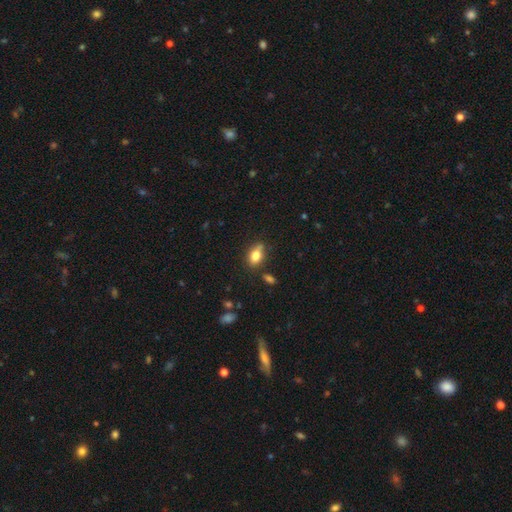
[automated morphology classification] Smooth or featured: smooth — 80% (featured or disk — 11%)
How rounded: in between — 83% (round — 13%)
Merging: none — 65% (minor disturbance — 24%)